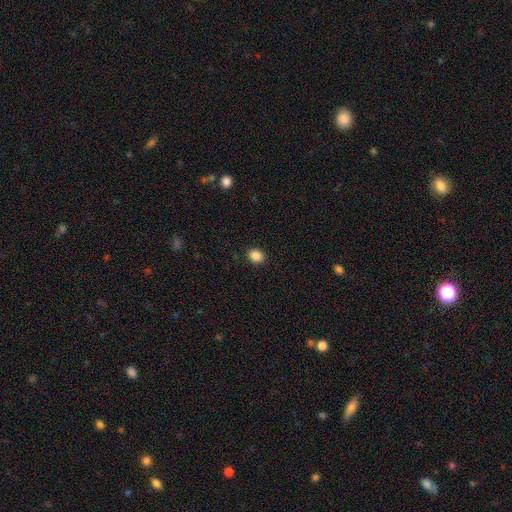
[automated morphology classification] A smooth galaxy with no disk features (86%) that is round (68%). Merging: none (90%).